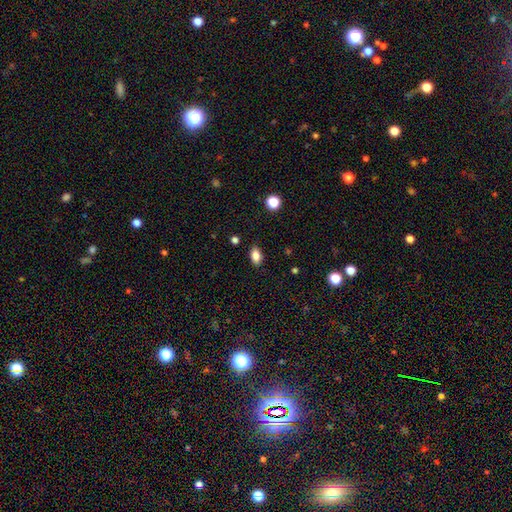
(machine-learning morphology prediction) Smooth or featured?
  - smooth: 84% *
  - star or artifact: 9%
  - featured or disk: 6%
How rounded?
  - in between: 88% *
  - round: 10%
  - cigar-shaped: 3%
Merging?
  - none: 87% *
  - minor disturbance: 9%
  - major disturbance: 2%
  - merger: 1%